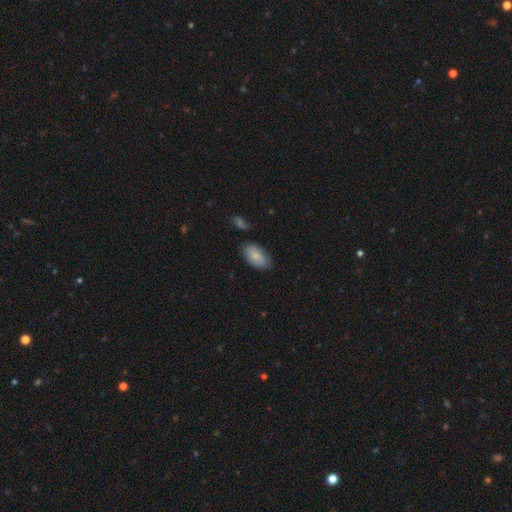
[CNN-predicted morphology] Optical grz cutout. It shows a smooth galaxy with no disk features (85%) that is in between round and cigar-shaped (94%). Merging: none (78%).